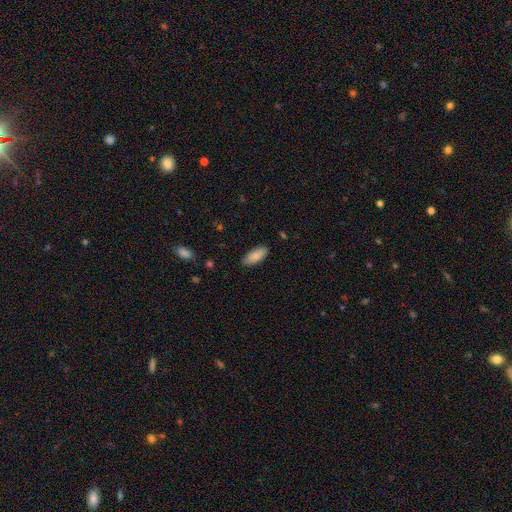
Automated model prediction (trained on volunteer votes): Overall: smooth (88%). How rounded: in between (85%). Merging: none (85%).